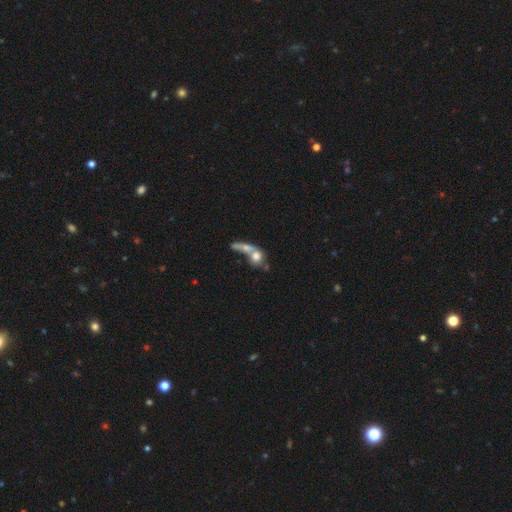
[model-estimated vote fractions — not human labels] smooth-or-featured: smooth: 63% | featured or disk: 26% | star or artifact: 10%
  how-rounded: round: 54% | in between: 33% | cigar-shaped: 12%
  merging: merger: 59% | none: 22% | major disturbance: 11% | minor disturbance: 8%